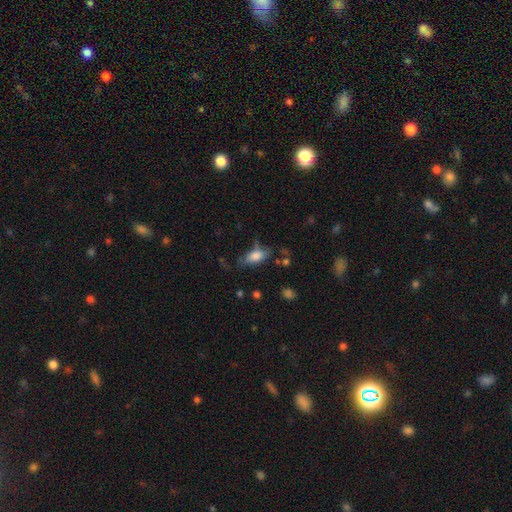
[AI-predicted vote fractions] A smooth galaxy with no disk features (78%) that is in between round and cigar-shaped (86%).

Vote fractions:
- Smooth or featured? smooth: 78% / featured or disk: 14% / star or artifact: 8%
- How rounded? in between: 86% / cigar-shaped: 10% / round: 4%
- Merging? none: 57% / minor disturbance: 27% / major disturbance: 11% / merger: 5%